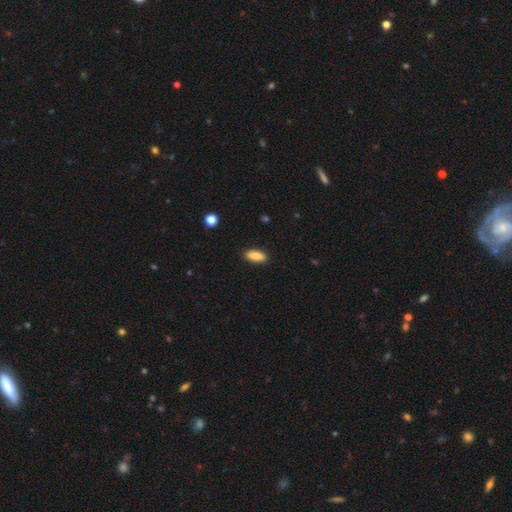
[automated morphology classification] This appears to be a smooth galaxy with no disk features (88%) that is in between round and cigar-shaped (79%). Merging: none (89%).